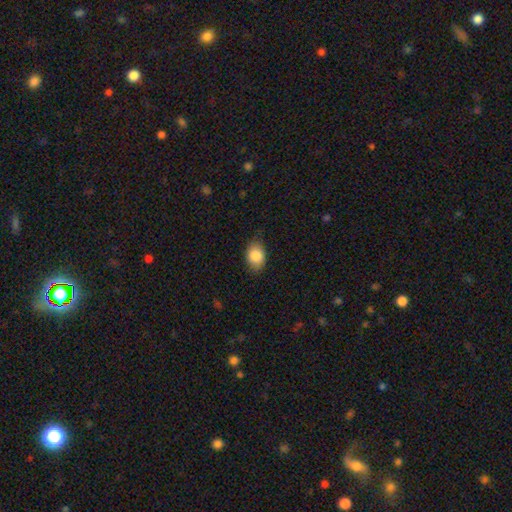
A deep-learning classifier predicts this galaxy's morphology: A smooth galaxy with no disk features (85%) that is in between round and cigar-shaped (79%). Merging: none (75%).